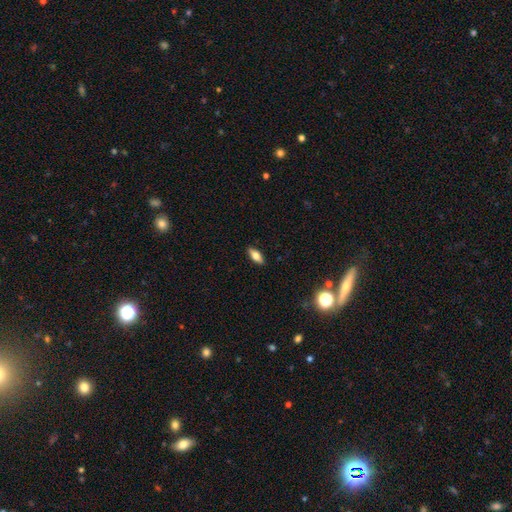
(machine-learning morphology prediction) Q: Smooth or featured?
A: smooth (70%); runner-up: featured or disk (21%)
Q: How rounded?
A: in between (78%); runner-up: cigar-shaped (19%)
Q: Merging?
A: none (89%); runner-up: minor disturbance (8%)